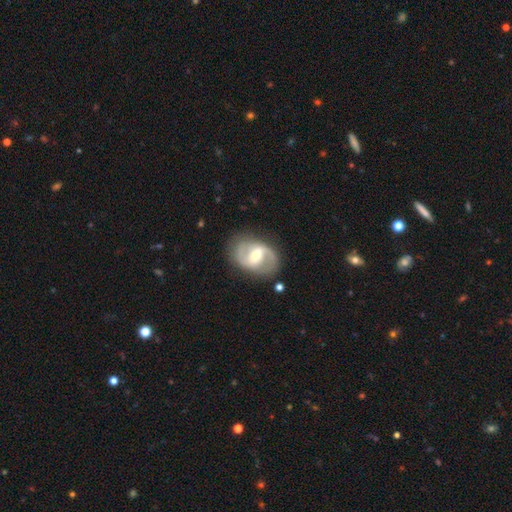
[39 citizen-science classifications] A featured or disk galaxy (92%) with a weak bar (44%), 2 (100%) medium (61%) spiral arms (82%) and a moderate central bulge (56%).

Vote fractions:
- Smooth or featured? featured or disk: 92% / smooth: 8% / star or artifact: 0%
- Edge-on disk? no: 94% / yes: 6%
- Bar? weak: 44% / strong: 38% / no: 18%
- Spiral arms? yes: 82% / no: 18%
- Spiral winding? medium: 61% / loose: 25% / tight: 14%
- Spiral arm count? 2: 100% / 1: 0% / 3: 0% / 4: 0% / more than 4: 0% / can't tell: 0%
- Bulge size? moderate: 56% / small: 38% / dominant: 3% / large: 3% / none: 0%
- Merging? none: 79% / minor disturbance: 18% / major disturbance: 3% / merger: 0%